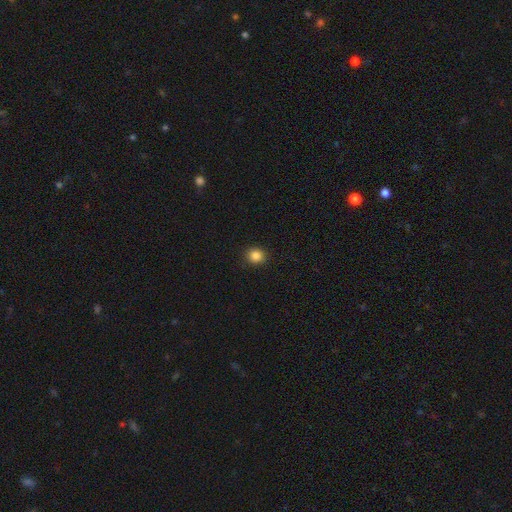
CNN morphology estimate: A smooth galaxy with no disk features (85%) that is round (84%).

Vote fractions:
- Smooth or featured? smooth: 85% / star or artifact: 11% / featured or disk: 4%
- How rounded? round: 84% / in between: 15% / cigar-shaped: 1%
- Merging? none: 92% / minor disturbance: 5% / major disturbance: 2% / merger: 1%